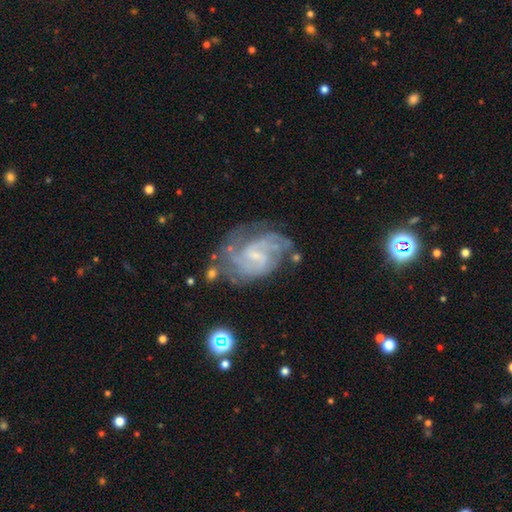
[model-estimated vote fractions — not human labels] Overall: featured or disk (81%). Edge-on disk: no (97%). Bar: weak (57%; no 31%). Spiral arms: yes (91%). Spiral arm count: can't tell (36%; 2 28%). Spiral winding: medium (43%; tight 42%). Bulge size: small (58%; none 20%). Merging: none (56%; minor disturbance 23%).